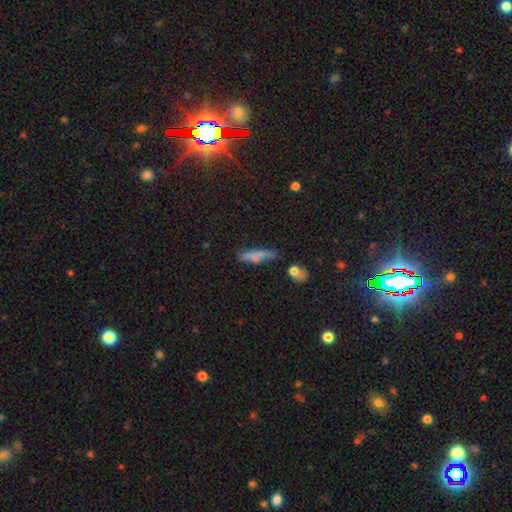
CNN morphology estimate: Q: Smooth or featured?
A: smooth (68%); runner-up: featured or disk (20%)
Q: How rounded?
A: cigar-shaped (76%); runner-up: in between (21%)
Q: Merging?
A: none (51%); runner-up: minor disturbance (25%)